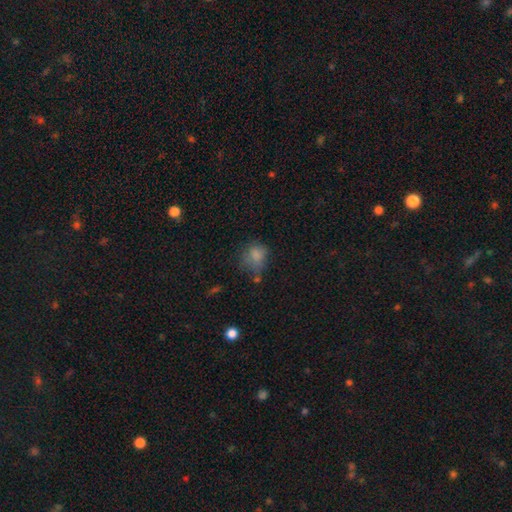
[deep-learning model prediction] Smooth or featured: smooth — 75% (star or artifact — 14%)
How rounded: round — 61% (in between — 38%)
Merging: none — 43% (minor disturbance — 29%)